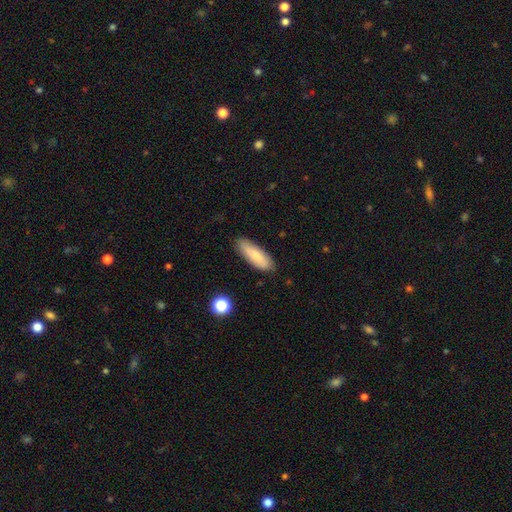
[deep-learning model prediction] Morphology: type=smooth (80%); roundness=in between (51%); merging=none (82%).